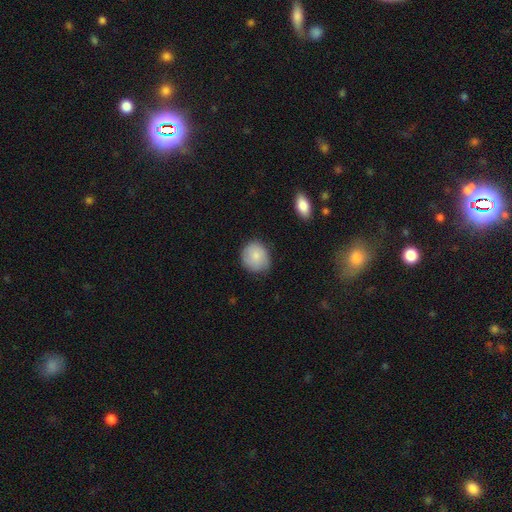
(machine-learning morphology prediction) This appears to be a smooth galaxy with no disk features (80%) that is round (81%). Merging: none (74%).